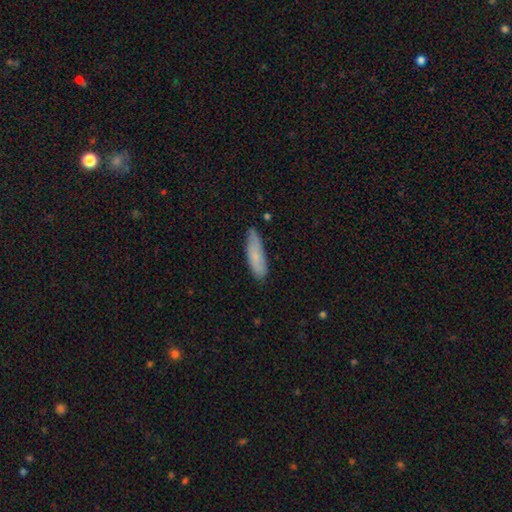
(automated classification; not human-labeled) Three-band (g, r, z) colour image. It shows a smooth galaxy with no disk features (76%) that is cigar-shaped (57%). Merging: none (73%).